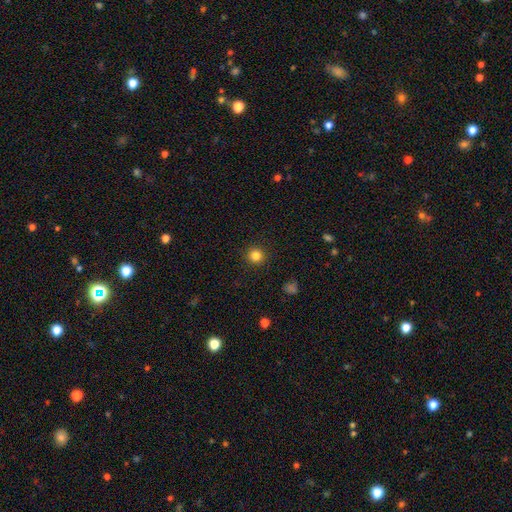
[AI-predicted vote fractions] Smooth or featured? Predicted: smooth (p=0.83). How rounded? Predicted: round (p=0.95). Merging? Predicted: none (p=0.93).